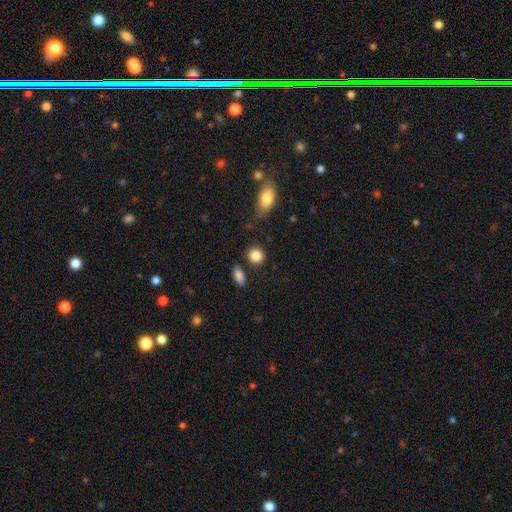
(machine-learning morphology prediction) This is clearly a smooth galaxy (86%). How rounded: likely round (64%). Merging: likely none (78%).